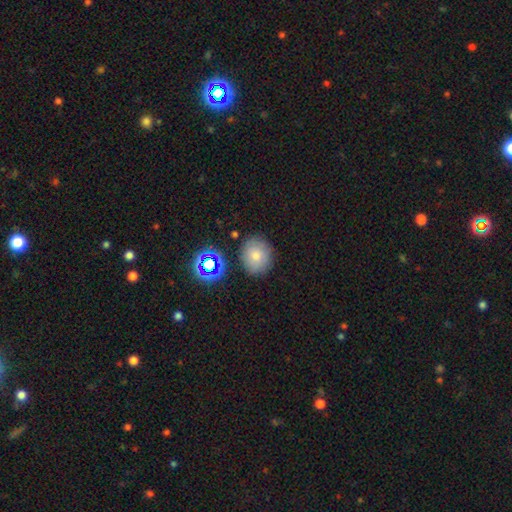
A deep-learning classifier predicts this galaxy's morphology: This appears to be a smooth galaxy with no disk features (75%) that is round (74%). Merging: none (82%).